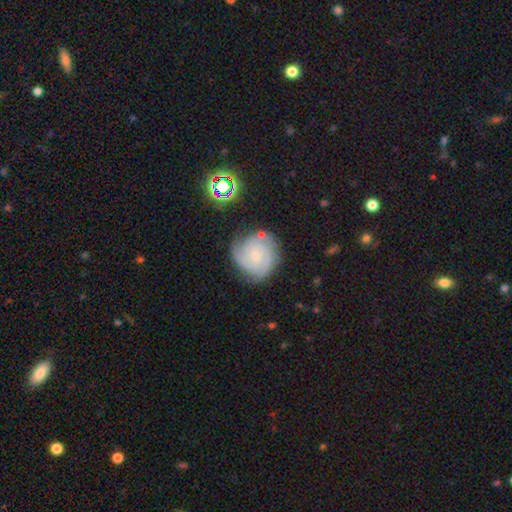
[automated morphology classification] featured or disk 73%, smooth 20%, star or artifact 8%. Down the decision tree: edge-on disk — no (98%); bar — no (75%); spiral arms — yes (94%); spiral arm count — 3 (35%); spiral winding — tight (64%); bulge size — small (74%); merging — none (67%).